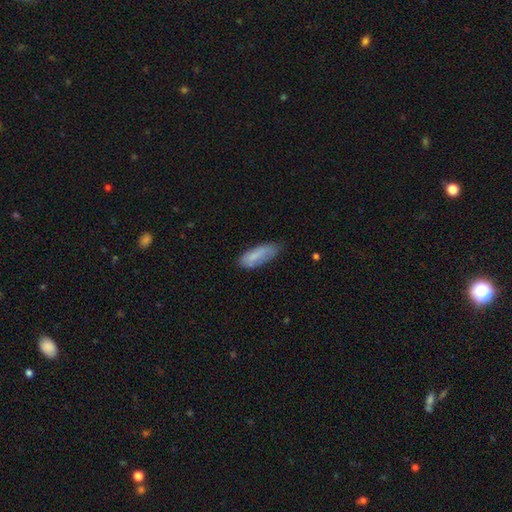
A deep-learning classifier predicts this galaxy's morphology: Smooth or featured? smooth (79%)
How rounded? in between (68%)
Merging? none (57%)